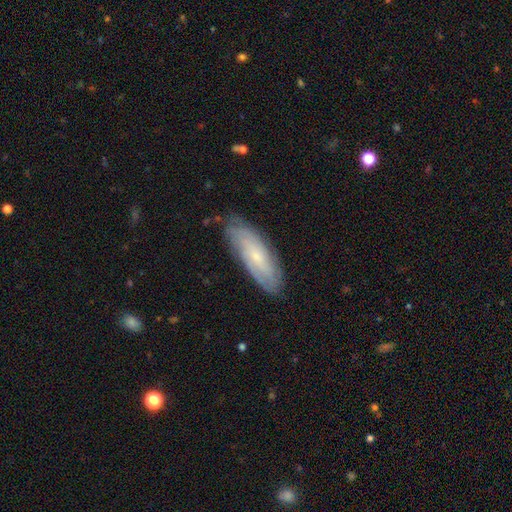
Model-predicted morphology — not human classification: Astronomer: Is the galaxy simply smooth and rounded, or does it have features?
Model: featured or disk — 57% (runner-up: smooth, 36%).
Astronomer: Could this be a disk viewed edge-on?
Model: no — 78%.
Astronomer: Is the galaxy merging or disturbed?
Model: none — 78%.